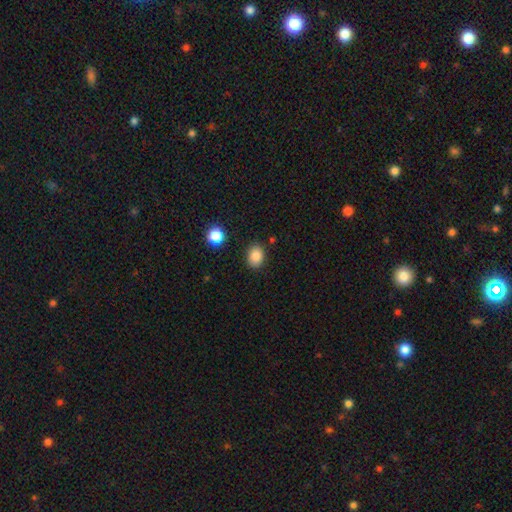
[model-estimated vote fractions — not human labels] Smooth or featured? Predicted: smooth (p=0.85). How rounded? Predicted: in between (p=0.60). Merging? Predicted: none (p=0.86).